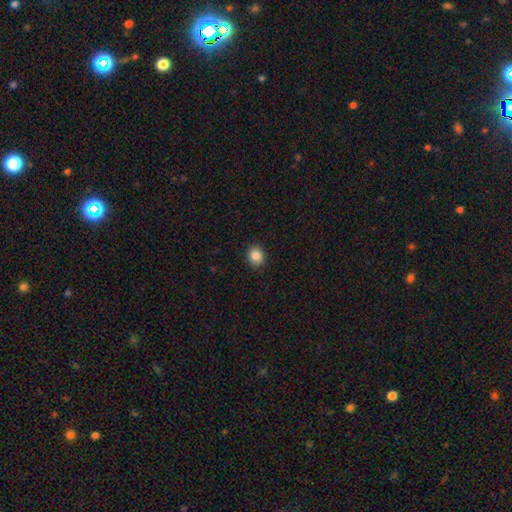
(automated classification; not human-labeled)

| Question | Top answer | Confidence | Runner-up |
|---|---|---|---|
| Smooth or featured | smooth | 86% | star or artifact (10%) |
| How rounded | round | 67% | in between (32%) |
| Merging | none | 91% | minor disturbance (6%) |